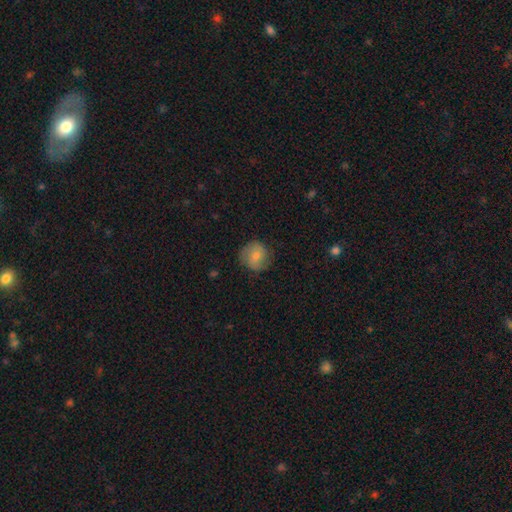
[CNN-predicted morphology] This is likely a smooth galaxy (73%). How rounded: clearly round (86%). Merging: likely none (76%).